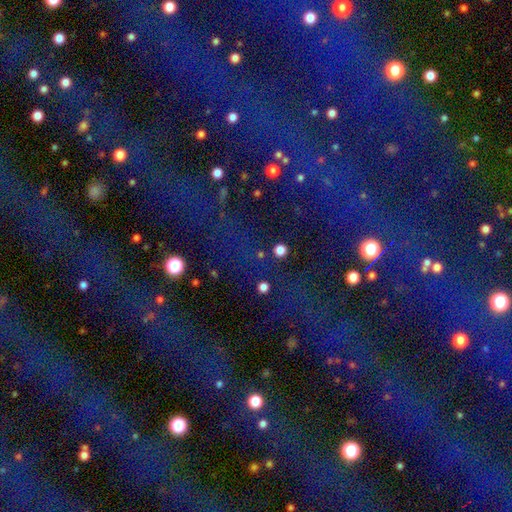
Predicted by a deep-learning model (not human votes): Morphology: type=star or artifact (83%).